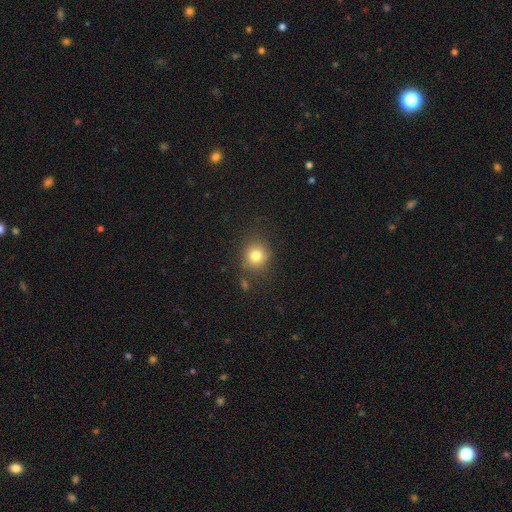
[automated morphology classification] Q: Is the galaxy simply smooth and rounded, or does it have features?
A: smooth — 79%.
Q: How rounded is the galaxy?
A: round — 85%.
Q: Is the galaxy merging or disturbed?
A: none — 80%.